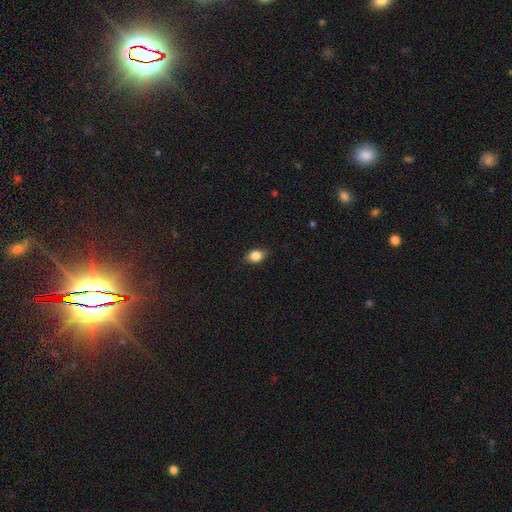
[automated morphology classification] Smooth or featured: smooth — 85% (star or artifact — 9%)
How rounded: in between — 68% (round — 30%)
Merging: none — 82% (minor disturbance — 15%)